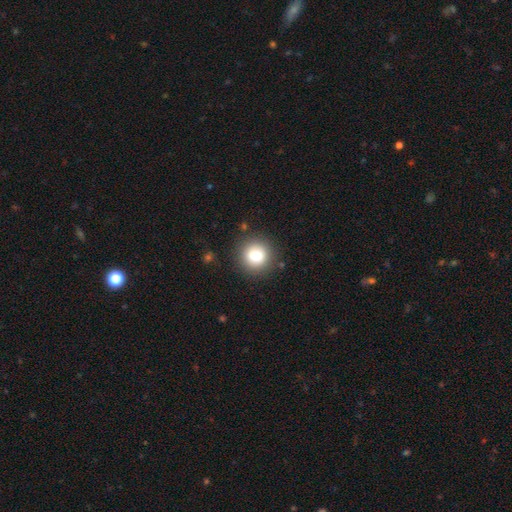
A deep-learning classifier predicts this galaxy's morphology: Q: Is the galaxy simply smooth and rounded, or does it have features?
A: smooth — 79%.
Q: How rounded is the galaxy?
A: round — 92%.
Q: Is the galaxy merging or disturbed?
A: none — 88%.